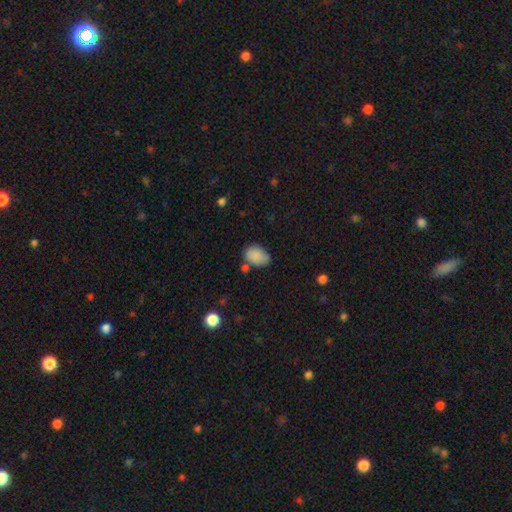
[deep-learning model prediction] A smooth galaxy with no disk features (86%) that is in between round and cigar-shaped (78%). Merging: none (62%).